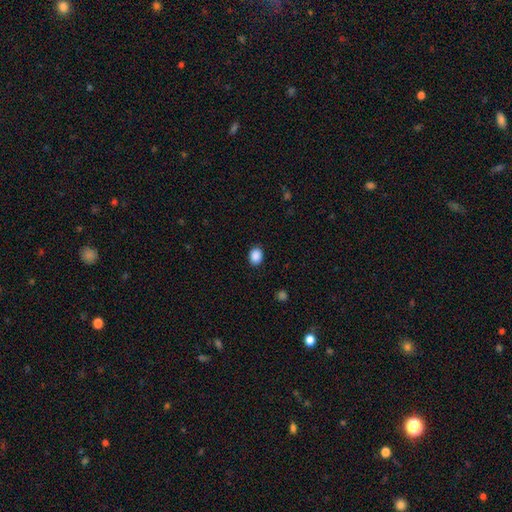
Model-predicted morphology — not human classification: Q: Smooth or featured?
A: smooth (89%); runner-up: star or artifact (9%)
Q: How rounded?
A: in between (53%); runner-up: round (46%)
Q: Merging?
A: none (88%); runner-up: minor disturbance (8%)